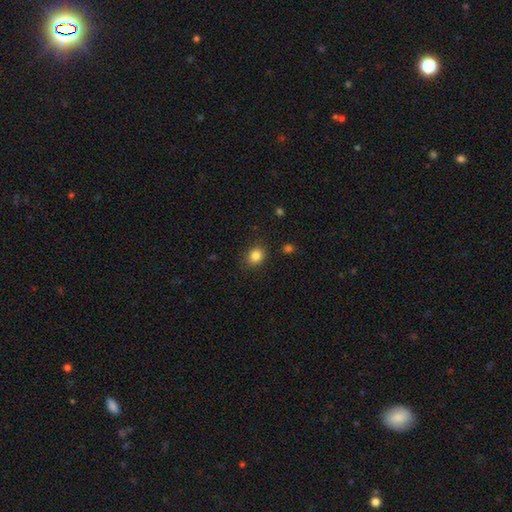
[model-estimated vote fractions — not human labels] Smooth or featured?
  - smooth: 85% *
  - star or artifact: 11%
  - featured or disk: 5%
How rounded?
  - round: 60% *
  - in between: 39%
  - cigar-shaped: 1%
Merging?
  - none: 86% *
  - minor disturbance: 10%
  - major disturbance: 3%
  - merger: 2%